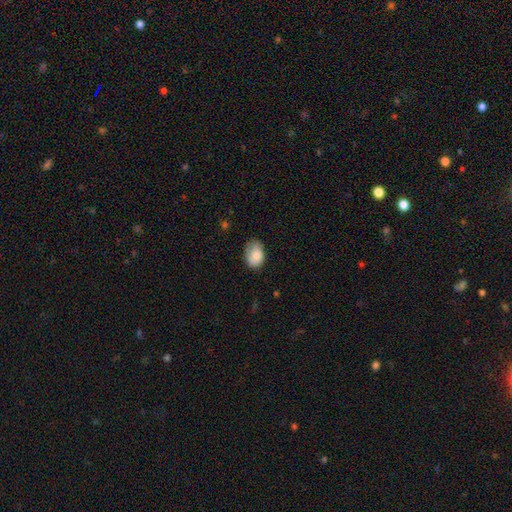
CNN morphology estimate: A smooth galaxy with no disk features (80%) that is in between round and cigar-shaped (84%). Merging: none (62%).